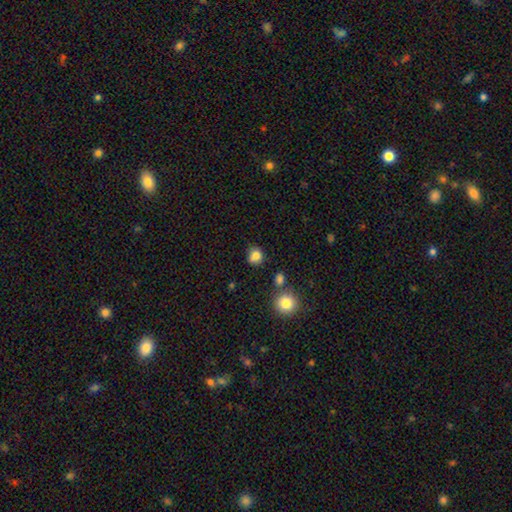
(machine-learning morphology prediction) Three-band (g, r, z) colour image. It shows a smooth galaxy with no disk features (82%) that is round (81%). Merging: none (72%).